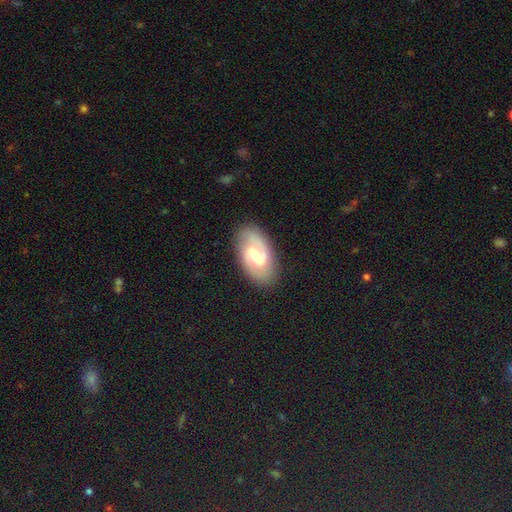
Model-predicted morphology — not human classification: Smooth or featured? featured or disk (74%)
Edge-on disk? no (95%)
Bar? weak (58%)
Spiral arms? yes (88%)
Spiral winding? medium (48%)
Spiral arm count? 2 (86%)
Bulge size? moderate (61%)
Merging? none (85%)